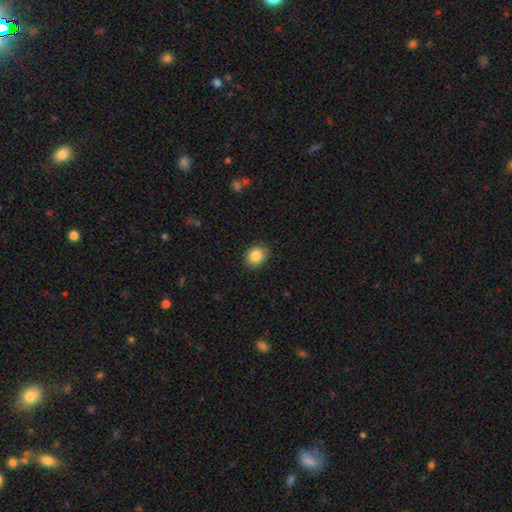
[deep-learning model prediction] smooth_or_featured: smooth (p=0.86) [alt: star or artifact p=0.08]
how_rounded: in between (p=0.55) [alt: round p=0.45]
merging: none (p=0.88) [alt: minor disturbance p=0.09]